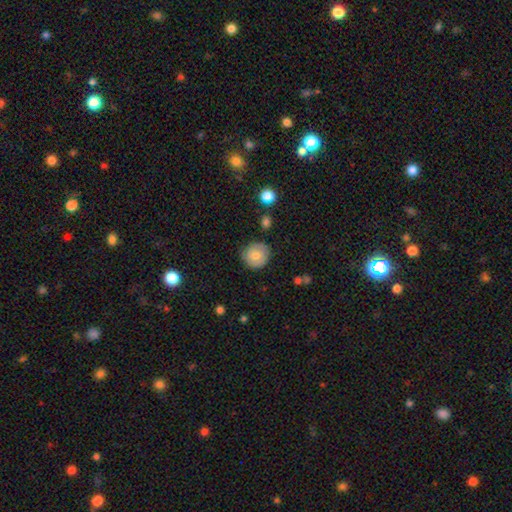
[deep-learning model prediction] Morphology: type=smooth (76%); roundness=round (89%); merging=none (78%).